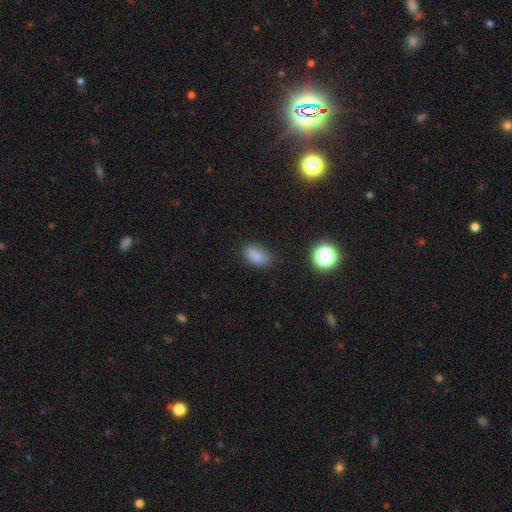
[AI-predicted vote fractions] The model was most divided on "merging": none: 80%, minor disturbance: 15%, major disturbance: 4%, merger: 2%. More confident: how rounded — in between (88%); smooth or featured — smooth (83%).